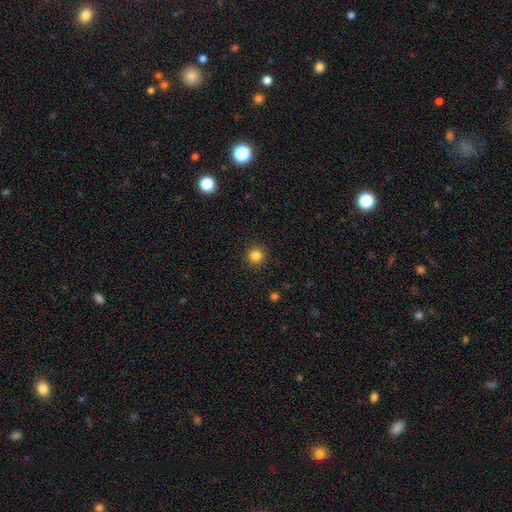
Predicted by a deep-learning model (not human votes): Smooth or featured?
  - smooth: 84% *
  - star or artifact: 12%
  - featured or disk: 4%
How rounded?
  - round: 95% *
  - in between: 4%
  - cigar-shaped: 1%
Merging?
  - none: 92% *
  - minor disturbance: 5%
  - major disturbance: 2%
  - merger: 1%